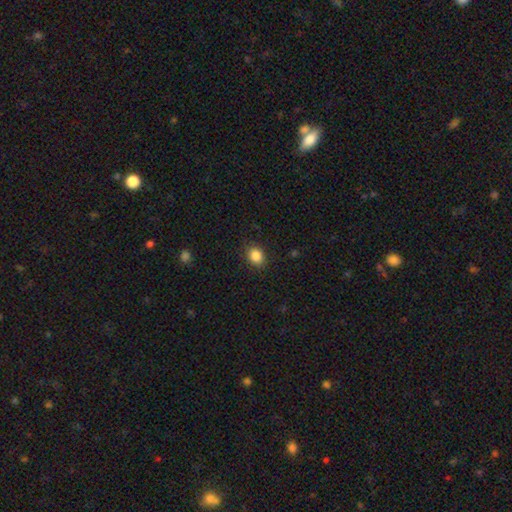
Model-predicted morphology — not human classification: Overall: smooth (87%). How rounded: round (51%; in between 48%). Merging: none (88%).